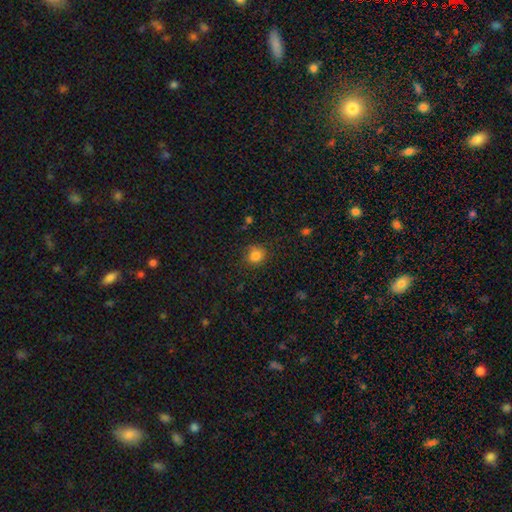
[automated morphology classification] Smooth or featured?
  - smooth: 81% *
  - star or artifact: 13%
  - featured or disk: 6%
How rounded?
  - round: 83% *
  - in between: 16%
  - cigar-shaped: 1%
Merging?
  - none: 78% *
  - minor disturbance: 16%
  - major disturbance: 5%
  - merger: 2%